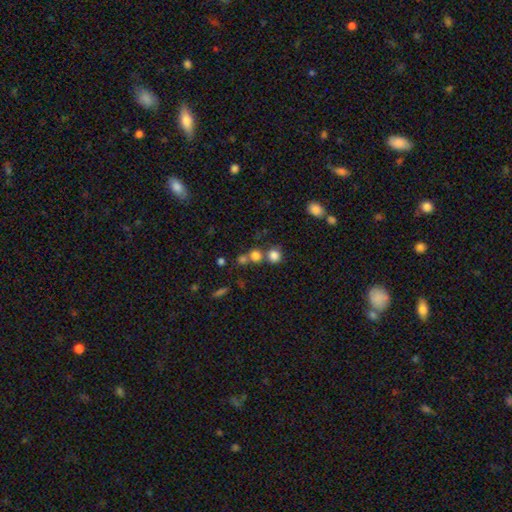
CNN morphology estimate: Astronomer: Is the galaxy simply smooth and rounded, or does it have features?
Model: smooth — 76%.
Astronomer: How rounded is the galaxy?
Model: round — 87%.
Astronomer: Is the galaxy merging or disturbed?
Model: none — 55% (runner-up: merger, 34%).